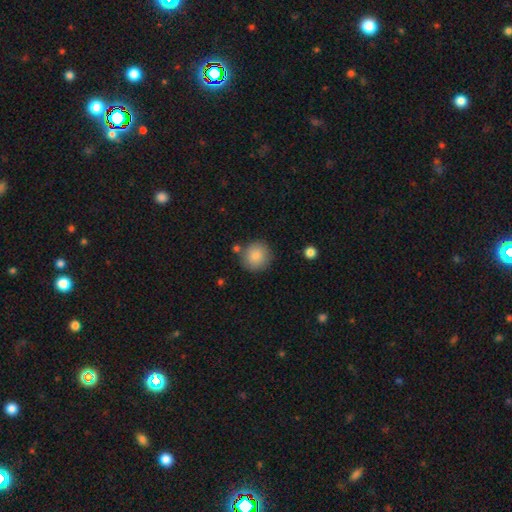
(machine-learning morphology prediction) type=smooth (84%); roundness=round (92%); merging=none (81%).